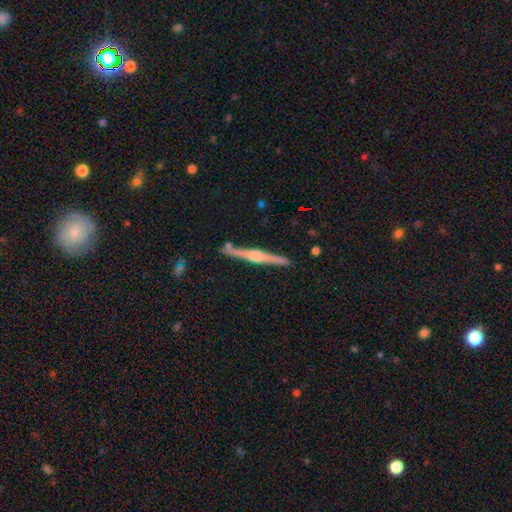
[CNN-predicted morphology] Smooth or featured? featured or disk (80%)
Edge-on disk? yes (98%)
Edge-on bulge? rounded (85%)
Merging? none (88%)